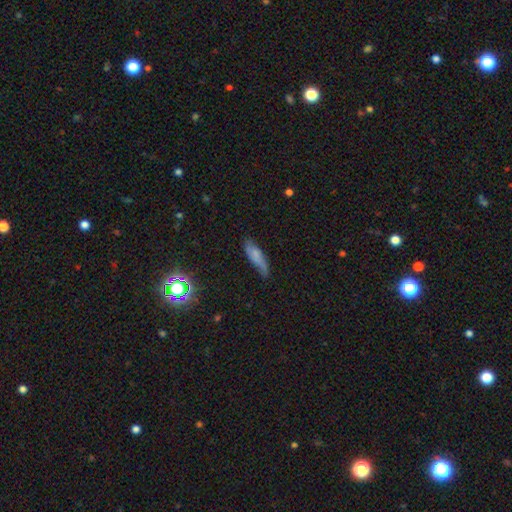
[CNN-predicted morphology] type=smooth (67%); roundness=cigar-shaped (60%); merging=none (60%).